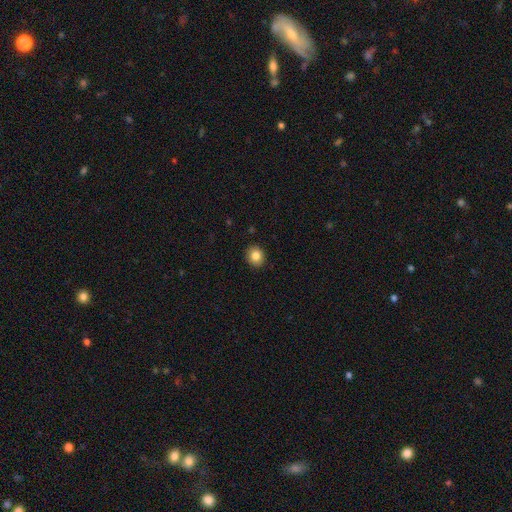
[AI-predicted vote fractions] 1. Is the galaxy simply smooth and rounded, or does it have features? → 84% smooth, 10% star or artifact, 7% featured or disk.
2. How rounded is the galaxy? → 74% round, 25% in between, 1% cigar-shaped.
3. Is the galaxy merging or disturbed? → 91% none, 6% minor disturbance, 2% major disturbance, 1% merger.